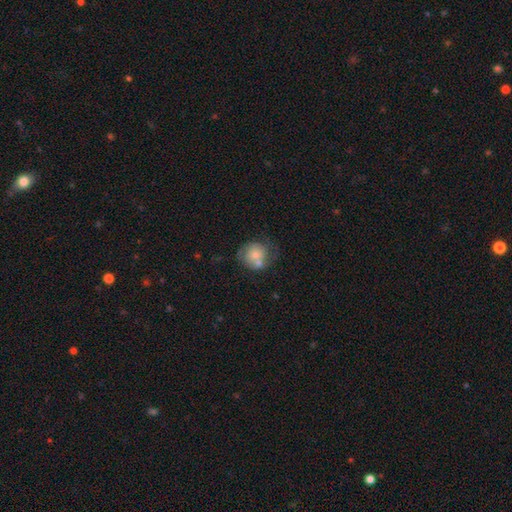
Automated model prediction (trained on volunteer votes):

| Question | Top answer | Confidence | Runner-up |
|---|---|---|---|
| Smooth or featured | smooth | 61% | featured or disk (32%) |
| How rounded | round | 80% | in between (19%) |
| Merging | none | 42% | merger (28%) |